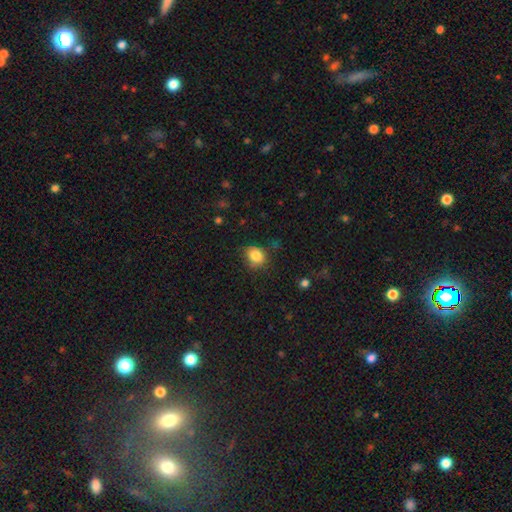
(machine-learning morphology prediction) A smooth galaxy with no disk features (84%) that is round (63%).

Vote fractions:
- Smooth or featured? smooth: 84% / star or artifact: 10% / featured or disk: 6%
- How rounded? round: 63% / in between: 37% / cigar-shaped: 1%
- Merging? none: 74% / minor disturbance: 19% / major disturbance: 5% / merger: 2%